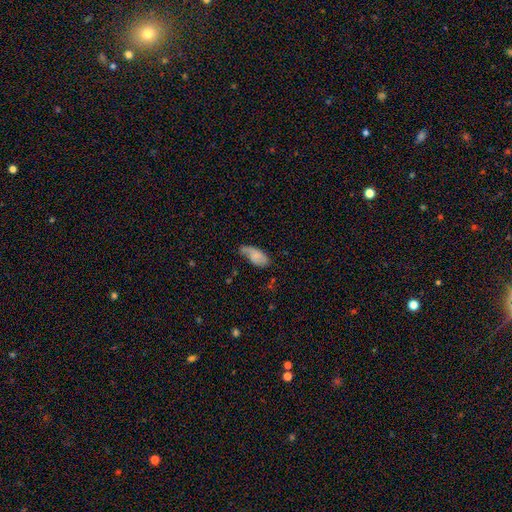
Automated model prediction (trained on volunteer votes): Q: Smooth or featured?
A: smooth (70%); runner-up: featured or disk (23%)
Q: How rounded?
A: in between (91%); runner-up: cigar-shaped (6%)
Q: Merging?
A: none (41%); runner-up: minor disturbance (38%)